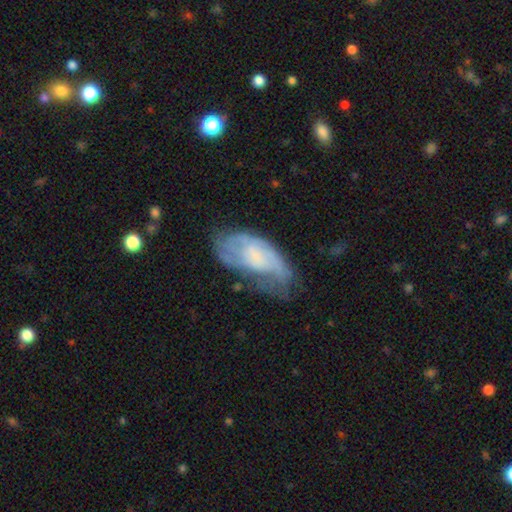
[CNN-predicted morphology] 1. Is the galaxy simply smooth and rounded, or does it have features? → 56% featured or disk, 36% smooth, 8% star or artifact.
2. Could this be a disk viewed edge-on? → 94% no, 6% yes.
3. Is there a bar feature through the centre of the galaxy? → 70% no, 25% weak, 5% strong.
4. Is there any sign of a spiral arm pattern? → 67% yes, 33% no.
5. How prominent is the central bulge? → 38% small, 36% none, 19% moderate, 6% large, 2% dominant.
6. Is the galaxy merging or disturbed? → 38% none, 34% minor disturbance, 25% major disturbance, 3% merger.